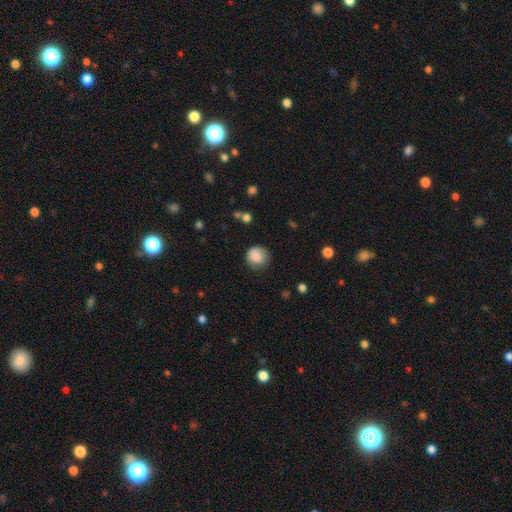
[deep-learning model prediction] This appears to be a smooth galaxy with no disk features (86%) that is round (87%). Merging: none (70%).